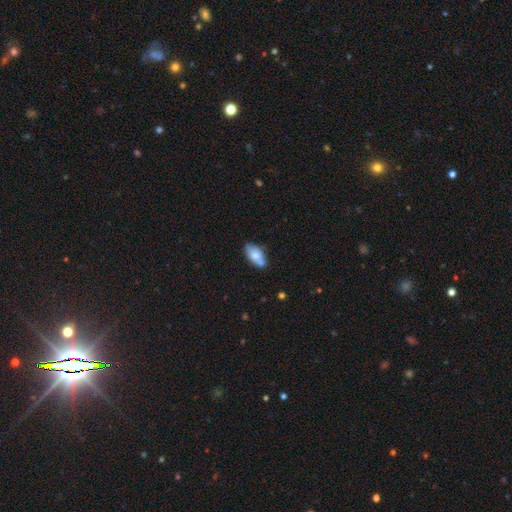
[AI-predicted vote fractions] This is likely a smooth galaxy (70%). How rounded: clearly in between (91%). Merging: possibly none (59%).